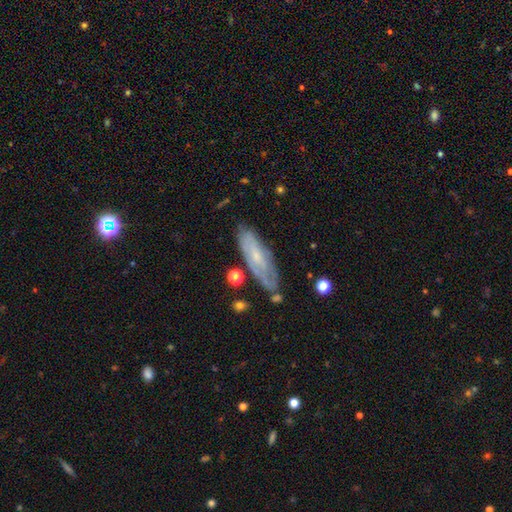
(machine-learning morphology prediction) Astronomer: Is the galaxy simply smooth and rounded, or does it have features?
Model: featured or disk — 56% (runner-up: smooth, 36%).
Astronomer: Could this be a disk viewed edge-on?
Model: no — 74%.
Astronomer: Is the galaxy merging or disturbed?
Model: none — 66%.